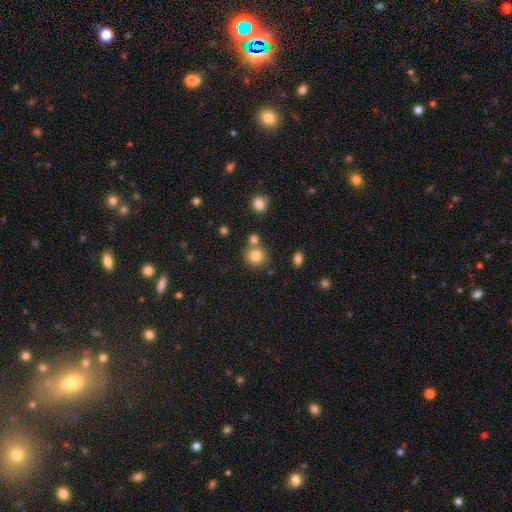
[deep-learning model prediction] The model was most divided on "merging": none: 65%, merger: 22%, minor disturbance: 10%, major disturbance: 3%. More confident: how rounded — round (86%); smooth or featured — smooth (80%).